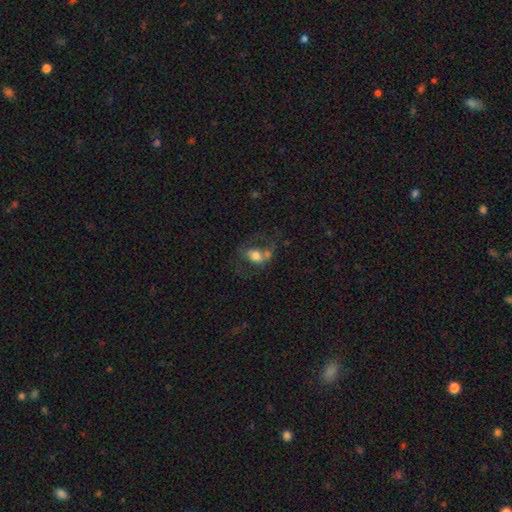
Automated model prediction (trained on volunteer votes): smooth_or_featured: smooth (p=0.50) [alt: featured or disk p=0.39]
how_rounded: in between (p=0.67) [alt: round p=0.30]
merging: none (p=0.33) [alt: major disturbance p=0.26]